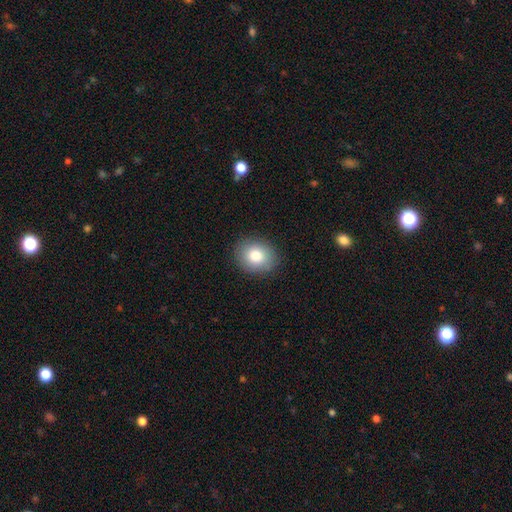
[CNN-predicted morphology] smooth 82%, featured or disk 9%, star or artifact 9%. Down the decision tree: how rounded — round (60%); merging — none (89%).